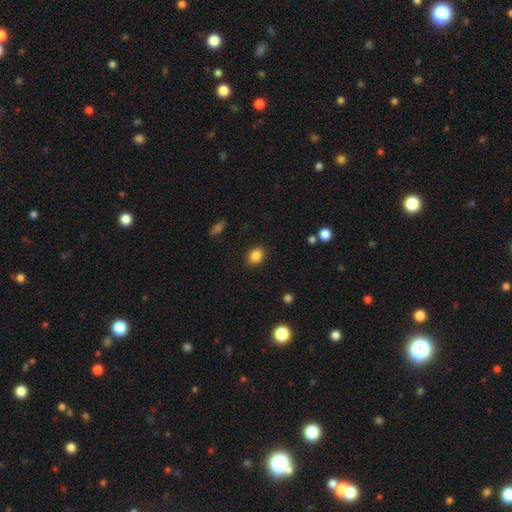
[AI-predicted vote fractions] A smooth galaxy with no disk features (85%) that is in between round and cigar-shaped (62%). Merging: none (88%).